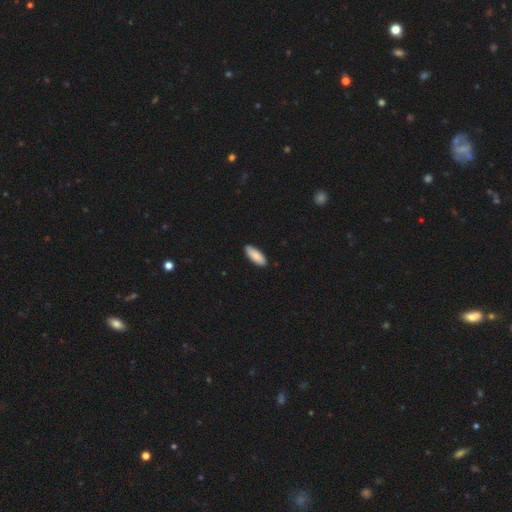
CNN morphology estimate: Overall: smooth (88%). How rounded: in between (72%). Merging: none (89%).